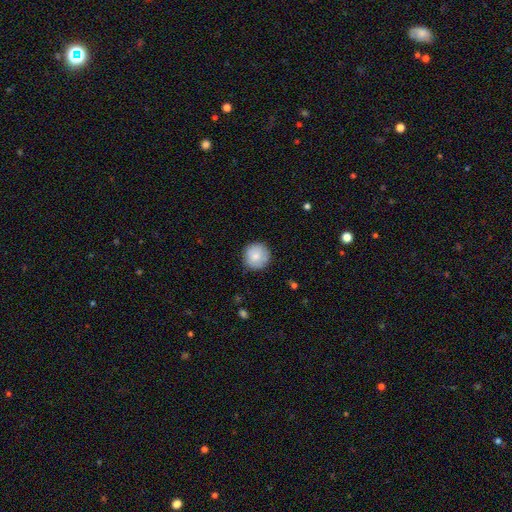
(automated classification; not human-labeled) A smooth galaxy with no disk features (79%) that is round (95%).

Vote fractions:
- Smooth or featured? smooth: 79% / featured or disk: 14% / star or artifact: 7%
- How rounded? round: 95% / in between: 4% / cigar-shaped: 1%
- Merging? none: 86% / minor disturbance: 11% / major disturbance: 2% / merger: 1%